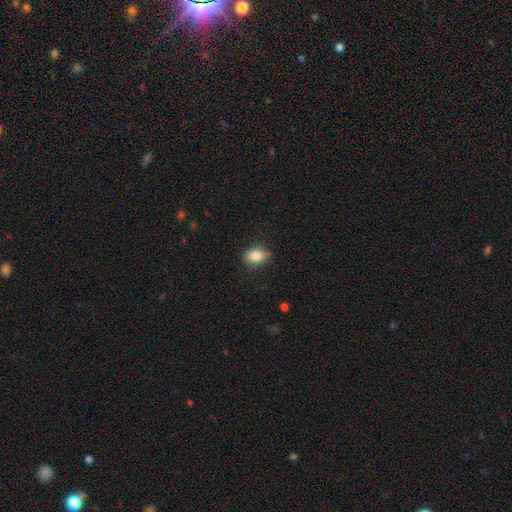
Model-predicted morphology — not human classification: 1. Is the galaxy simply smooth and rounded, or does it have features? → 85% smooth, 8% star or artifact, 7% featured or disk.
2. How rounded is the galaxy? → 73% in between, 26% round, 2% cigar-shaped.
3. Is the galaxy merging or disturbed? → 77% none, 19% minor disturbance, 3% major disturbance, 1% merger.